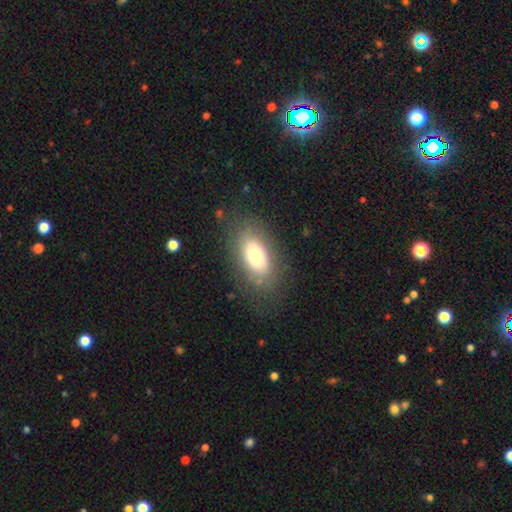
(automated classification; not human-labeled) smooth_or_featured: smooth (p=0.70) [alt: featured or disk p=0.22]
how_rounded: in between (p=0.90) [alt: round p=0.06]
merging: none (p=0.79) [alt: minor disturbance p=0.13]